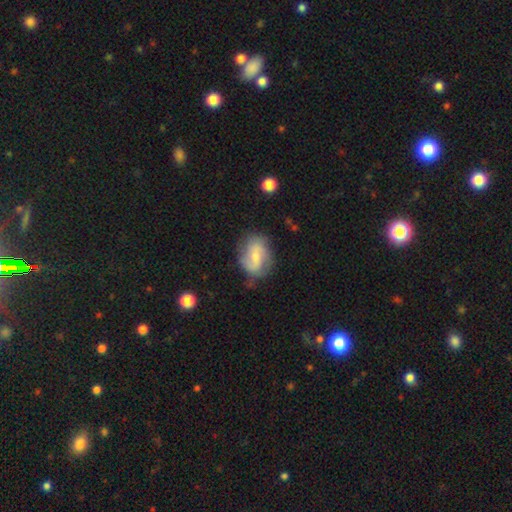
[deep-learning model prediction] Smooth or featured?
  - featured or disk: 57% *
  - smooth: 36%
  - star or artifact: 7%
Edge-on disk?
  - no: 97% *
  - yes: 3%
Bar?
  - no: 44% *
  - weak: 43%
  - strong: 12%
Spiral arms?
  - yes: 83% *
  - no: 17%
Bulge size?
  - small: 54% *
  - moderate: 40%
  - none: 3%
  - large: 2%
  - dominant: 1%
Merging?
  - none: 64% *
  - minor disturbance: 25%
  - major disturbance: 9%
  - merger: 3%